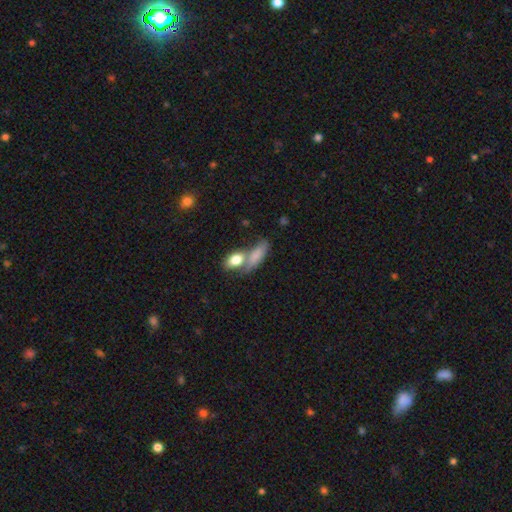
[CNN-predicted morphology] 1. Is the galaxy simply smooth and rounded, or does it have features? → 77% smooth, 15% featured or disk, 8% star or artifact.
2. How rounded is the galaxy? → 69% in between, 24% cigar-shaped, 7% round.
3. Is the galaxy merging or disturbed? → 44% merger, 35% none, 14% minor disturbance, 7% major disturbance.